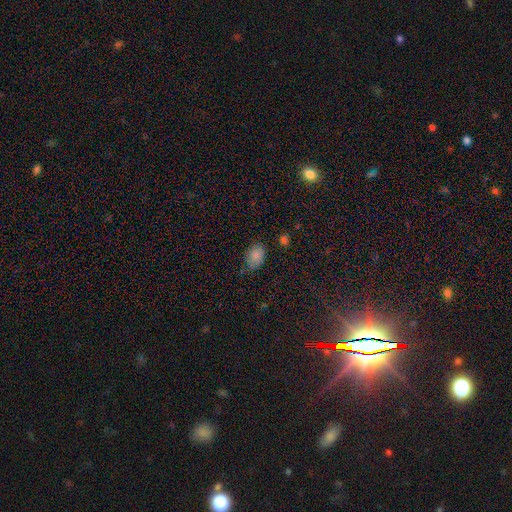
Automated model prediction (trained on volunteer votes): Smooth or featured: smooth — 83% (star or artifact — 11%)
How rounded: in between — 75% (round — 23%)
Merging: none — 68% (minor disturbance — 25%)